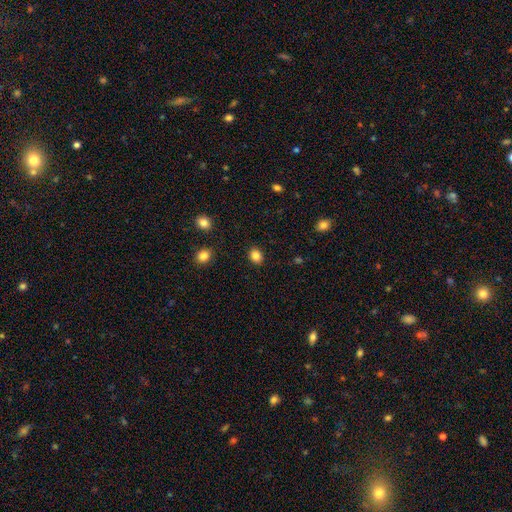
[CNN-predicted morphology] smooth_or_featured: smooth (p=0.86) [alt: star or artifact p=0.10]
how_rounded: round (p=0.51) [alt: in between p=0.48]
merging: none (p=0.89) [alt: minor disturbance p=0.08]